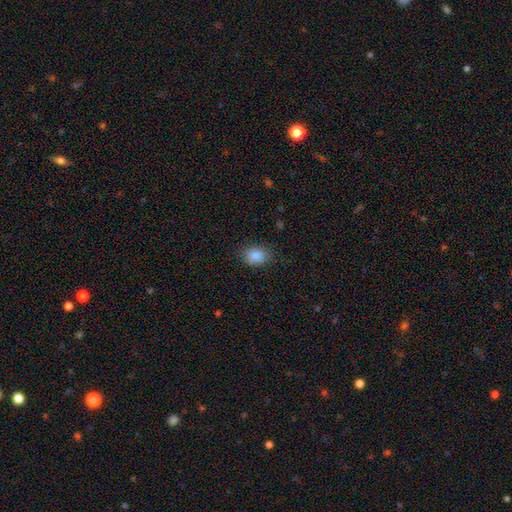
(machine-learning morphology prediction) Q: Smooth or featured?
A: smooth (88%); runner-up: star or artifact (8%)
Q: How rounded?
A: in between (72%); runner-up: round (27%)
Q: Merging?
A: none (82%); runner-up: minor disturbance (14%)